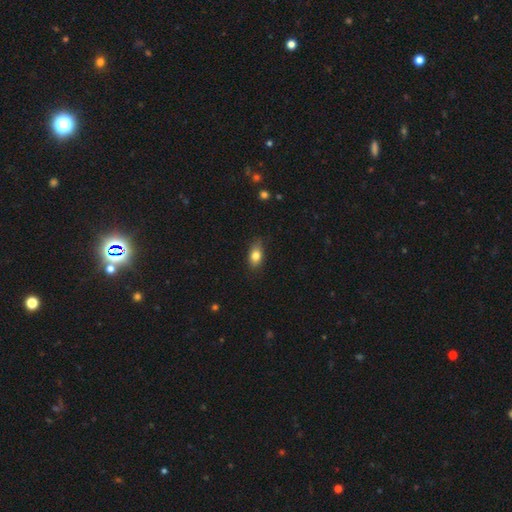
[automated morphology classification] Q: Smooth or featured?
A: smooth (80%); runner-up: featured or disk (12%)
Q: How rounded?
A: in between (83%); runner-up: round (11%)
Q: Merging?
A: none (78%); runner-up: minor disturbance (18%)